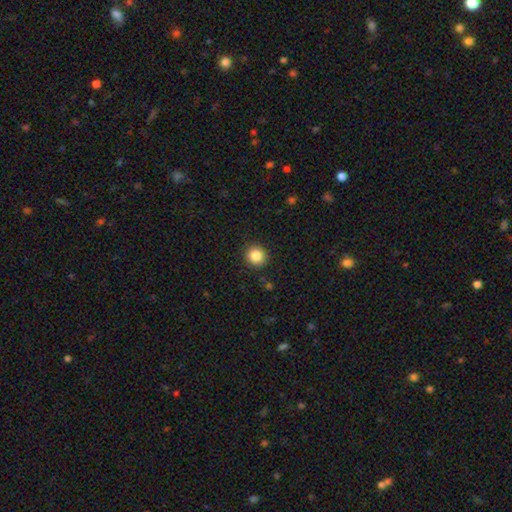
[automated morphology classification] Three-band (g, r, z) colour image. It shows a smooth galaxy with no disk features (85%) that is round (91%). Merging: none (91%).